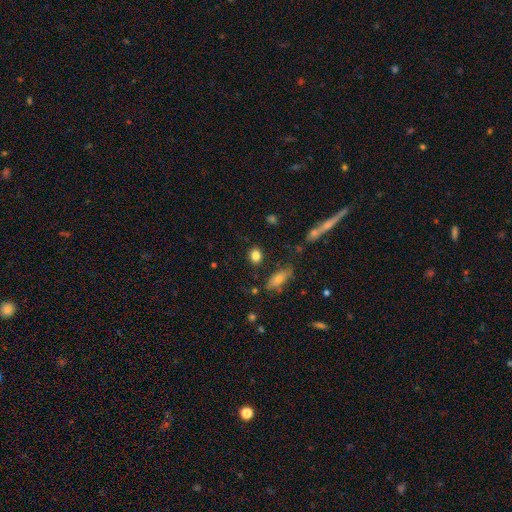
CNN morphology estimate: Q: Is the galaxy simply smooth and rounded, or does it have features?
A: smooth — 83%.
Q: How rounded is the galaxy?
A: round — 56%.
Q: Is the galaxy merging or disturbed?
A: none — 84%.